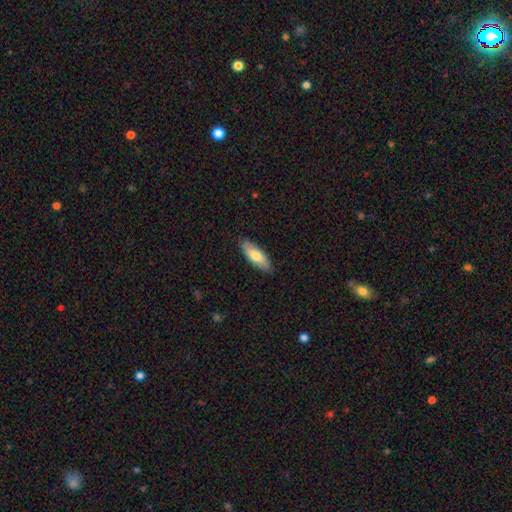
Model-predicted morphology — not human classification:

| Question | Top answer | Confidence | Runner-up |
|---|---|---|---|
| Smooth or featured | smooth | 71% | featured or disk (24%) |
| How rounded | in between | 67% | cigar-shaped (31%) |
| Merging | none | 85% | minor disturbance (12%) |